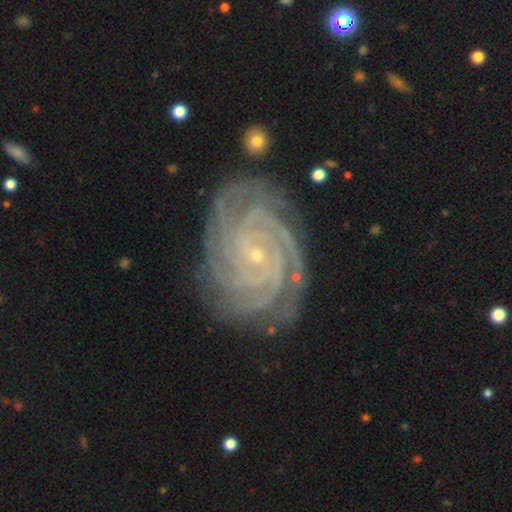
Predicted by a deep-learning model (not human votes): smooth_or_featured: featured or disk (p=0.92) [alt: star or artifact p=0.05]
disk_edge_on: no (p=0.98) [alt: yes p=0.02]
bar: no (p=0.67) [alt: weak p=0.21]
has_spiral_arms: yes (p=0.99) [alt: no p=0.01]
spiral_winding: tight (p=0.87) [alt: medium p=0.11]
spiral_arm_count: 4 (p=0.31) [alt: more than 4 p=0.20]
bulge_size: small (p=0.87) [alt: moderate p=0.10]
merging: none (p=0.82) [alt: minor disturbance p=0.13]